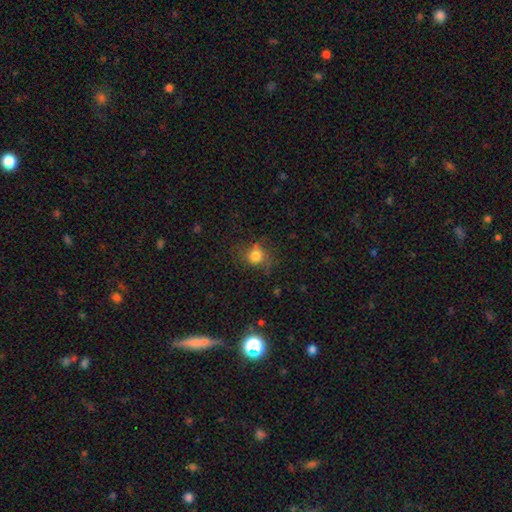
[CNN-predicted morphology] Overall: smooth (78%). How rounded: round (79%). Merging: none (68%).